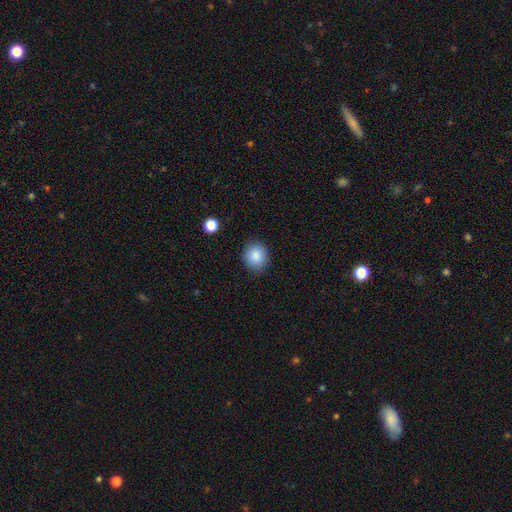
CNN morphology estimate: Smooth or featured?
  - smooth: 87% *
  - star or artifact: 8%
  - featured or disk: 5%
How rounded?
  - round: 81% *
  - in between: 18%
  - cigar-shaped: 1%
Merging?
  - none: 86% *
  - minor disturbance: 10%
  - major disturbance: 2%
  - merger: 1%